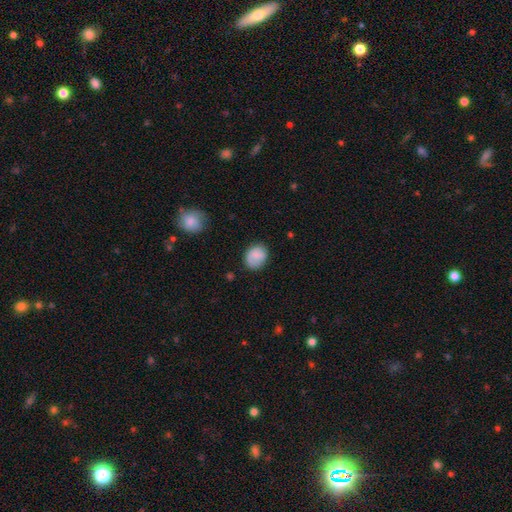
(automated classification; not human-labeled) The model was most divided on "how rounded": round: 58%, in between: 41%, cigar-shaped: 1%. More confident: smooth or featured — smooth (77%); merging — none (73%).